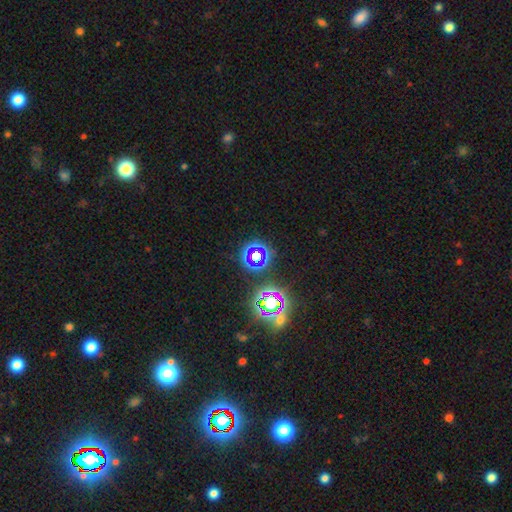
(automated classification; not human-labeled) Smooth or featured? Predicted: star or artifact (p=0.62).